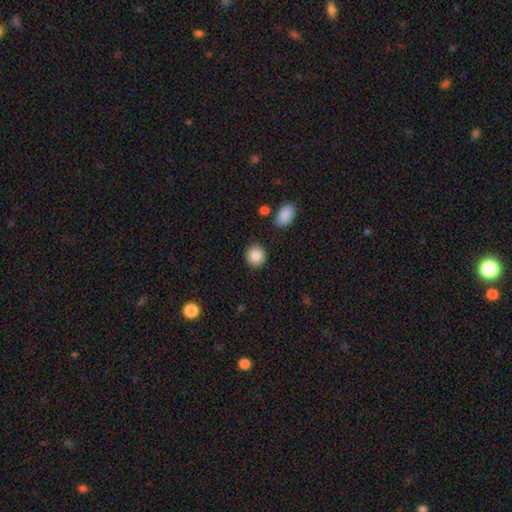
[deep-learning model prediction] Q: Smooth or featured?
A: smooth (85%); runner-up: star or artifact (8%)
Q: How rounded?
A: round (88%); runner-up: in between (11%)
Q: Merging?
A: none (90%); runner-up: minor disturbance (6%)